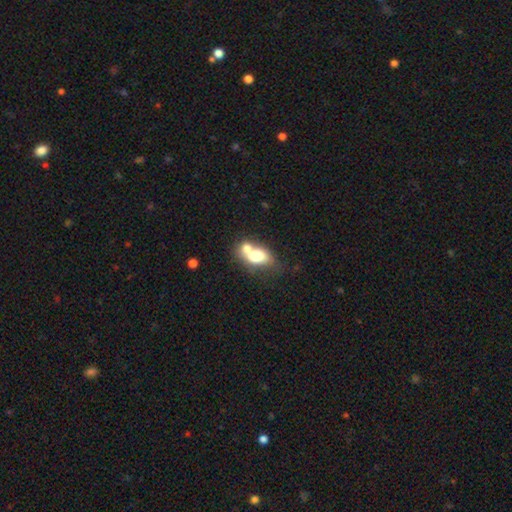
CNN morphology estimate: smooth 68%, featured or disk 23%, star or artifact 9%. Down the decision tree: how rounded — in between (75%); merging — merger (62%).